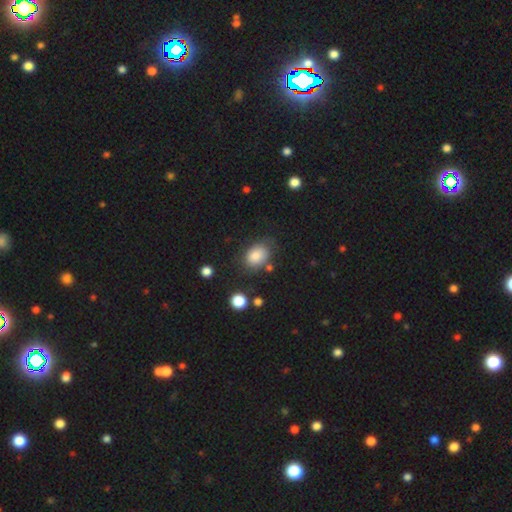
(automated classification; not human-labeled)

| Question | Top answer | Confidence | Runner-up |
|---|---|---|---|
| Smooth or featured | smooth | 84% | star or artifact (9%) |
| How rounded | in between | 73% | round (26%) |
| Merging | none | 73% | minor disturbance (17%) |